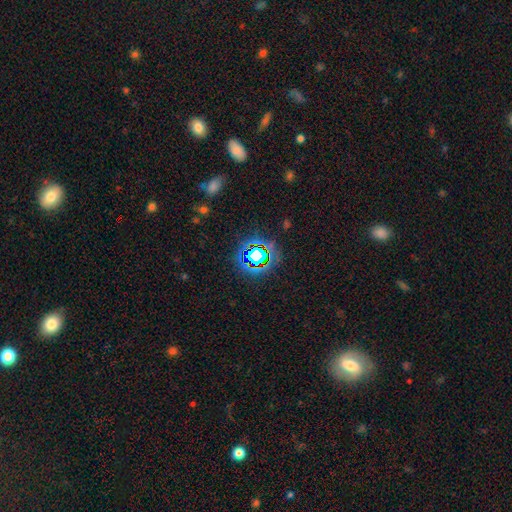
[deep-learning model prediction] Smooth or featured: star or artifact — 66% (smooth — 21%)